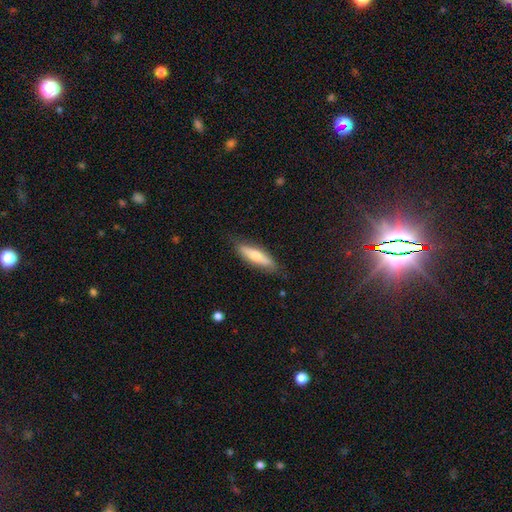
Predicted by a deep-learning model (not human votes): Smooth or featured?
  - smooth: 52% *
  - featured or disk: 42%
  - star or artifact: 6%
How rounded?
  - cigar-shaped: 64% *
  - in between: 34%
  - round: 2%
Merging?
  - none: 83% *
  - minor disturbance: 13%
  - major disturbance: 3%
  - merger: 1%